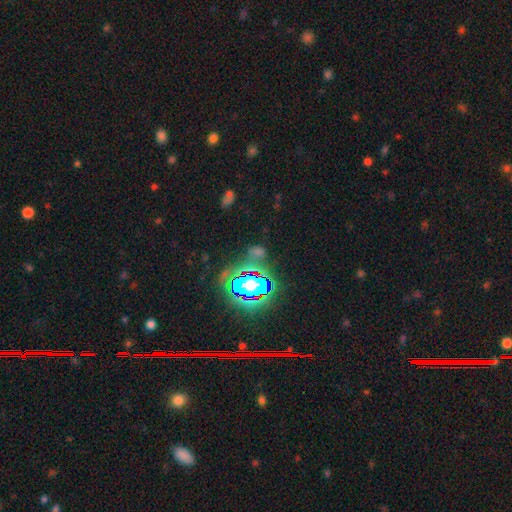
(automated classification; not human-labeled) This appears to be a star or artifact, not a galaxy (55%).